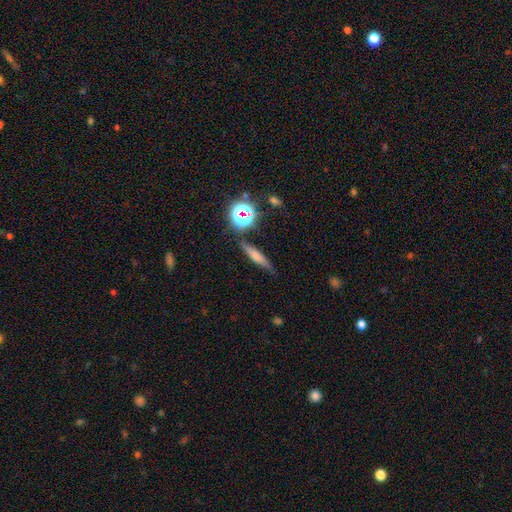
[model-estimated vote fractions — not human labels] Smooth or featured? smooth (60%)
How rounded? cigar-shaped (74%)
Merging? none (78%)